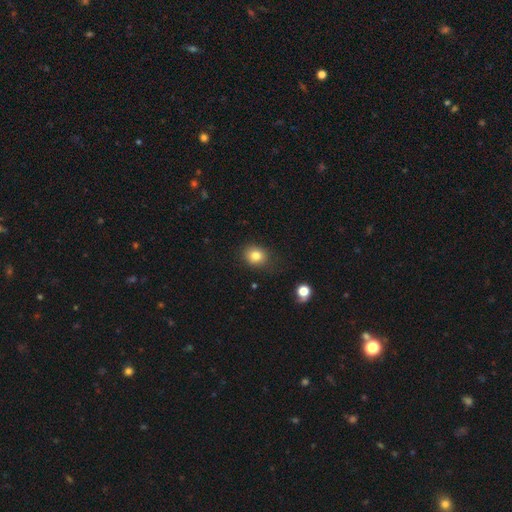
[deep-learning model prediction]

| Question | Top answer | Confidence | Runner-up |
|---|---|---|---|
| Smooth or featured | smooth | 81% | star or artifact (12%) |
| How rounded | round | 69% | in between (30%) |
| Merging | none | 80% | minor disturbance (14%) |